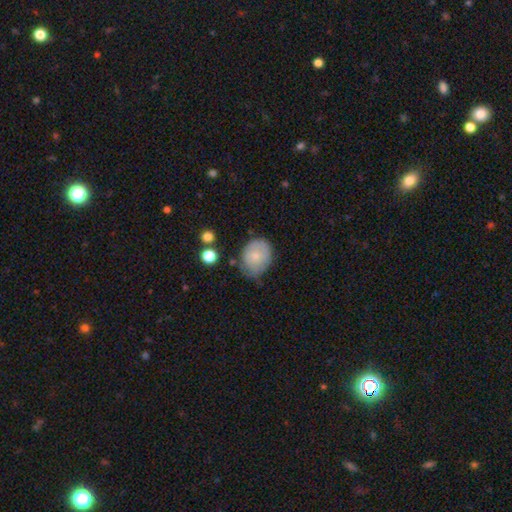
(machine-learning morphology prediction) Smooth or featured?
  - smooth: 73% *
  - featured or disk: 20%
  - star or artifact: 7%
How rounded?
  - round: 50% *
  - in between: 49%
  - cigar-shaped: 1%
Merging?
  - none: 58% *
  - minor disturbance: 32%
  - major disturbance: 7%
  - merger: 3%